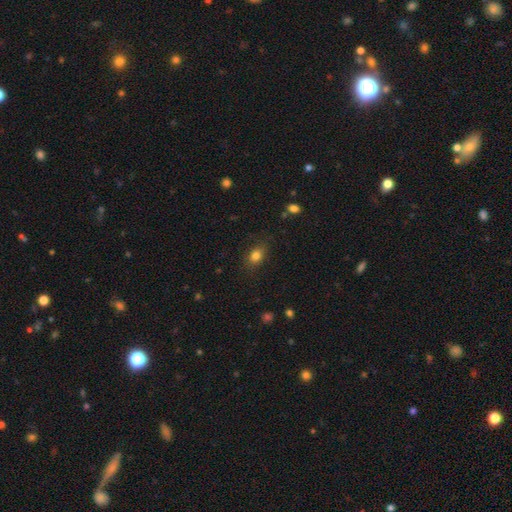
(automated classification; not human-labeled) Smooth or featured? Predicted: smooth (p=0.82). How rounded? Predicted: in between (p=0.66). Merging? Predicted: none (p=0.80).